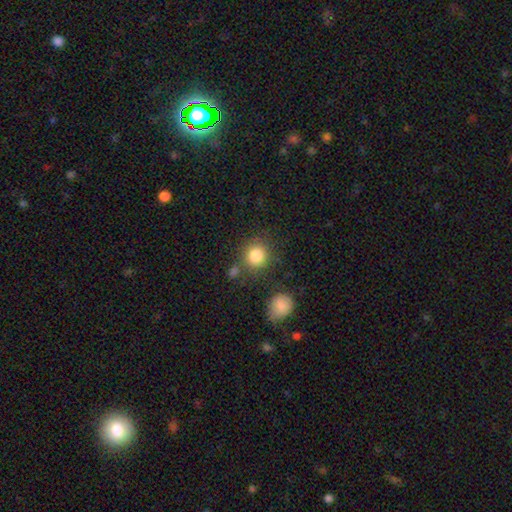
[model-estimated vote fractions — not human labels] Smooth or featured: smooth — 84% (star or artifact — 10%)
How rounded: round — 89% (in between — 10%)
Merging: none — 76% (minor disturbance — 11%)